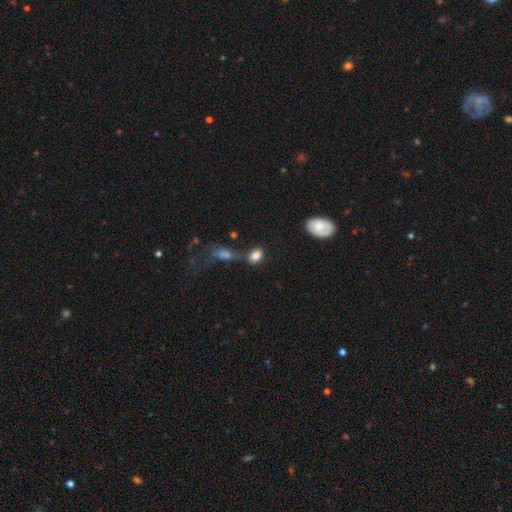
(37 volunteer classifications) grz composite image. It shows a smooth galaxy with no disk features (92%) that is in between round and cigar-shaped (85%). Merging: merger (49%).